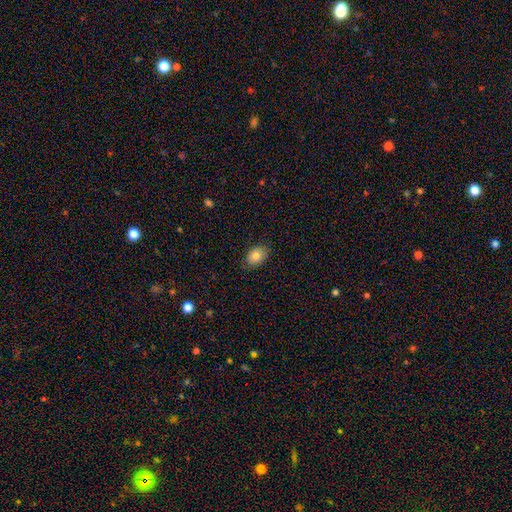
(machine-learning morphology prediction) Smooth or featured: smooth — 83% (featured or disk — 9%)
How rounded: in between — 77% (round — 22%)
Merging: none — 82% (minor disturbance — 14%)